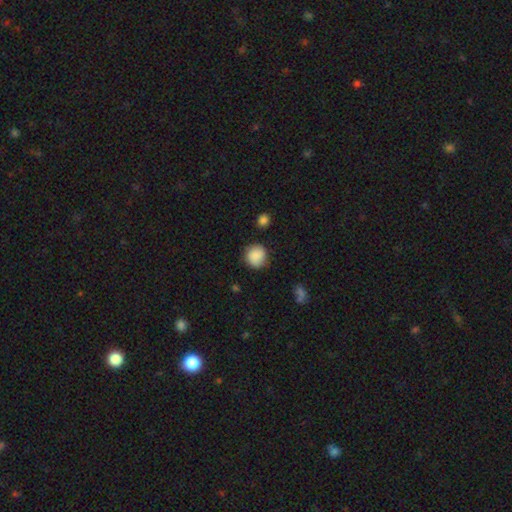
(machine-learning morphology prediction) smooth 86%, star or artifact 8%, featured or disk 6%. Down the decision tree: how rounded — round (88%); merging — none (79%).